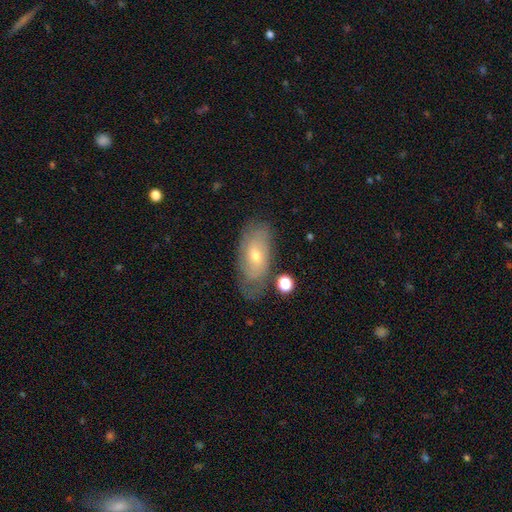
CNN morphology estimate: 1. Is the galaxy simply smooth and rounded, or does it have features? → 56% featured or disk, 36% smooth, 8% star or artifact.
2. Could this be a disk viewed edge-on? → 89% no, 11% yes.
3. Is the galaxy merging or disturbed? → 65% none, 22% minor disturbance, 8% major disturbance, 4% merger.